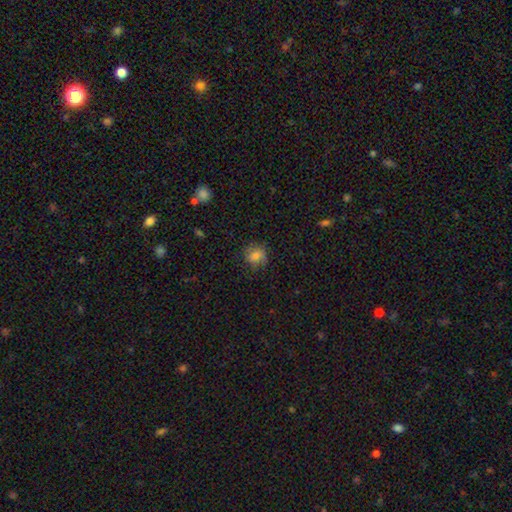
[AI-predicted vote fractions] A smooth galaxy with no disk features (76%) that is round (75%). Merging: none (71%).